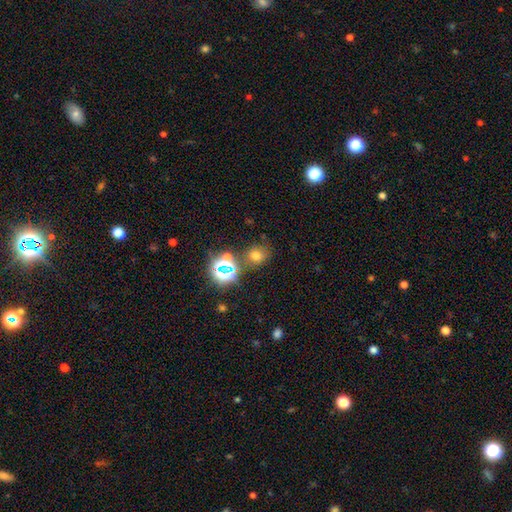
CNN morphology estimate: Overall: smooth (64%; star or artifact 28%). How rounded: round (68%; in between 31%). Merging: none (72%).